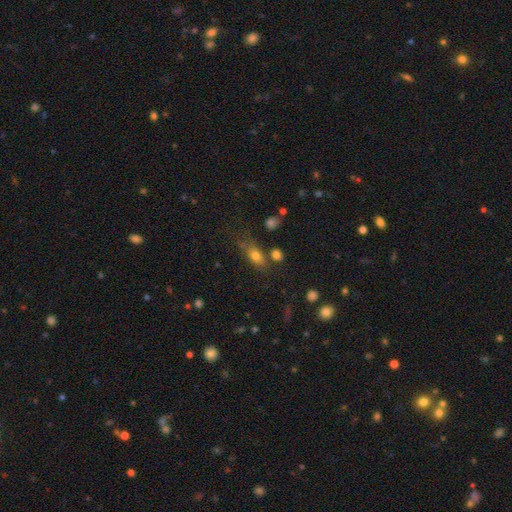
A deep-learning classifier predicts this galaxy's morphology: Overall: smooth (73%). How rounded: in between (73%). Merging: none (57%; minor disturbance 22%).